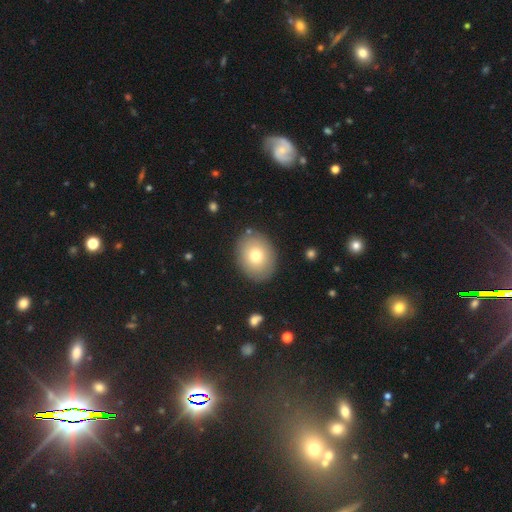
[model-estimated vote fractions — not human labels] Overall: smooth (74%). How rounded: in between (60%; round 39%). Merging: none (86%).